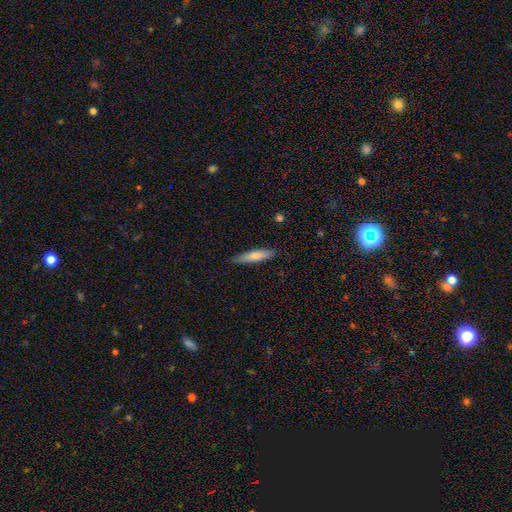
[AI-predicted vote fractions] Smooth or featured? smooth (67%)
How rounded? cigar-shaped (84%)
Merging? none (88%)